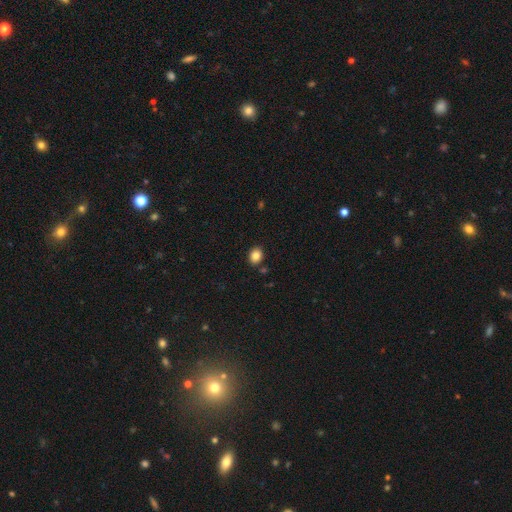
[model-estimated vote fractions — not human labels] Smooth or featured? smooth (85%)
How rounded? round (51%)
Merging? none (86%)